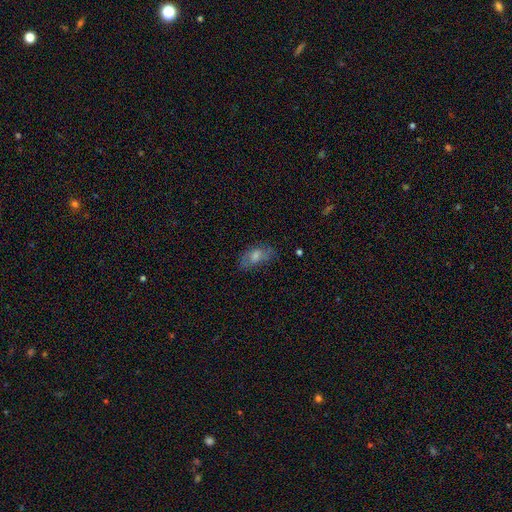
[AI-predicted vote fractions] Morphology: type=smooth (53%); roundness=in between (84%); merging=none (66%).